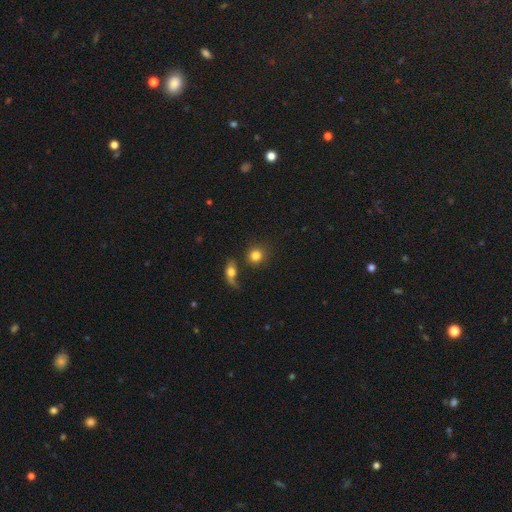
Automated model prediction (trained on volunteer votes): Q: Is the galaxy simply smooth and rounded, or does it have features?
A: smooth — 82%.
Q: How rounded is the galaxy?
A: round — 86%.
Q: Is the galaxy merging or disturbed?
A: none — 68%.